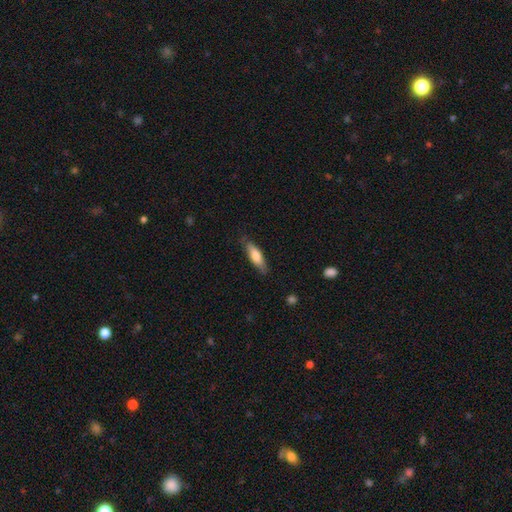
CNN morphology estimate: Q: Smooth or featured?
A: smooth (71%); runner-up: featured or disk (24%)
Q: How rounded?
A: cigar-shaped (55%); runner-up: in between (44%)
Q: Merging?
A: none (76%); runner-up: minor disturbance (18%)